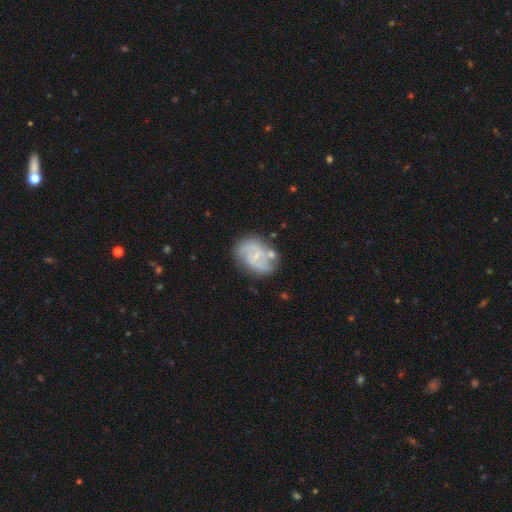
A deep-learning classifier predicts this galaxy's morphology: type=featured or disk (74%); edge-on=no (97%); bar=weak (47%); spiral arms=yes (88%); winding=medium (48%); arm count=2 (74%); bulge=small (71%); merging=none (62%).